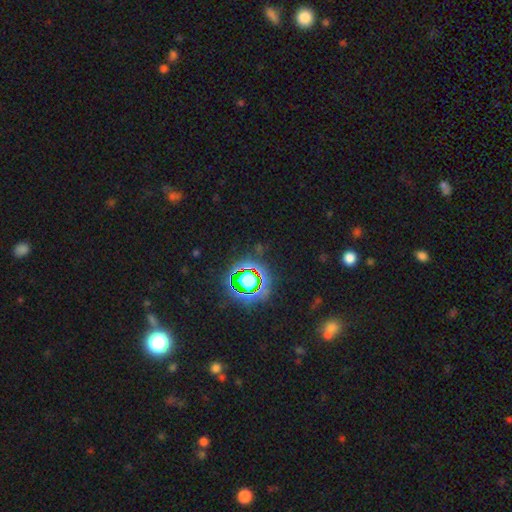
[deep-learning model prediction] star or artifact 80%, smooth 13%, featured or disk 7%.